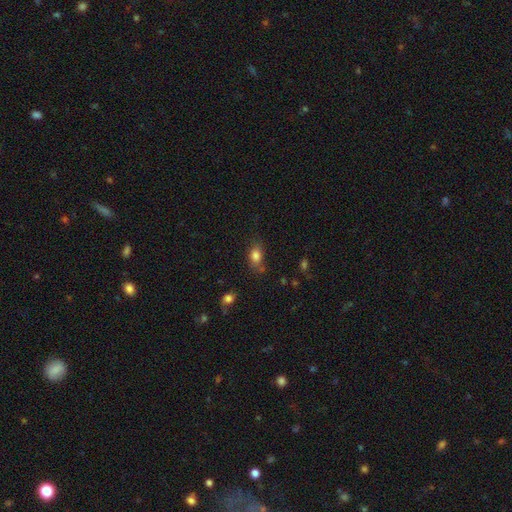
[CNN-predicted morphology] Overall: smooth (82%). How rounded: in between (78%). Merging: none (62%; minor disturbance 25%).